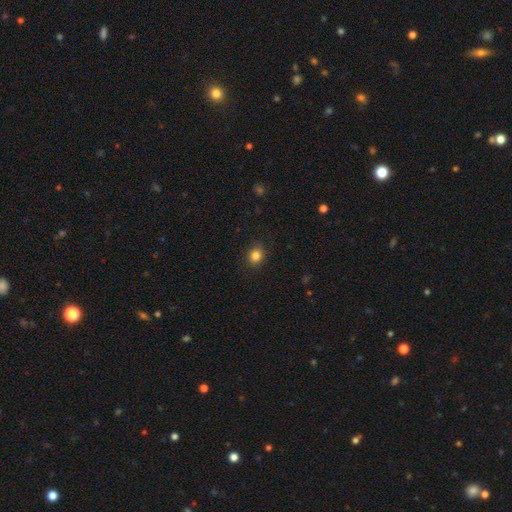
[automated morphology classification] Smooth or featured? smooth (84%)
How rounded? round (76%)
Merging? none (86%)